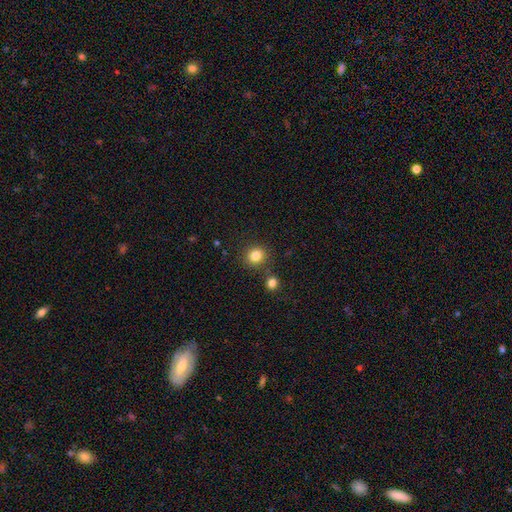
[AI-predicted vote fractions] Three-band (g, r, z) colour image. It shows a smooth galaxy with no disk features (83%) that is round (86%). Merging: none (83%).